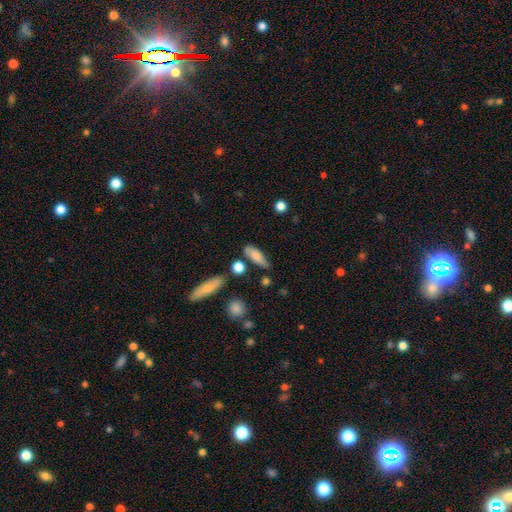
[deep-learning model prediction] Morphology: type=smooth (78%); roundness=in between (60%); merging=none (61%).